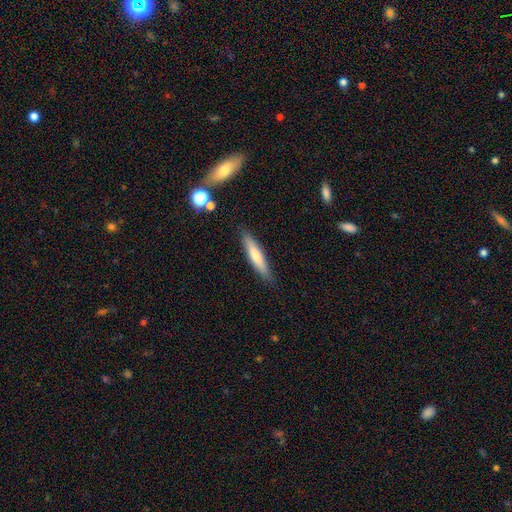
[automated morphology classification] Overall: smooth (72%). How rounded: cigar-shaped (86%). Merging: none (87%).